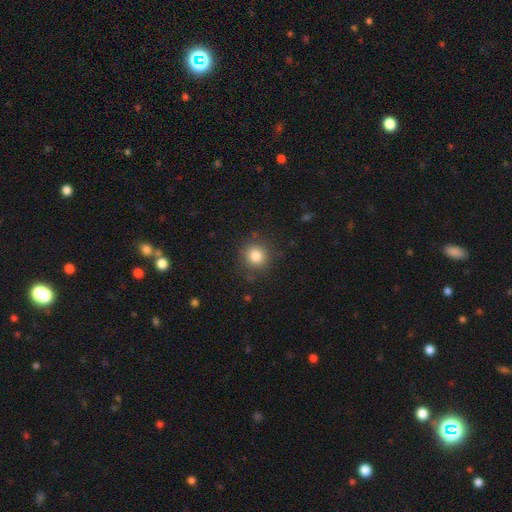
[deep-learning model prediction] Smooth or featured? Predicted: smooth (p=0.82). How rounded? Predicted: round (p=0.91). Merging? Predicted: none (p=0.87).